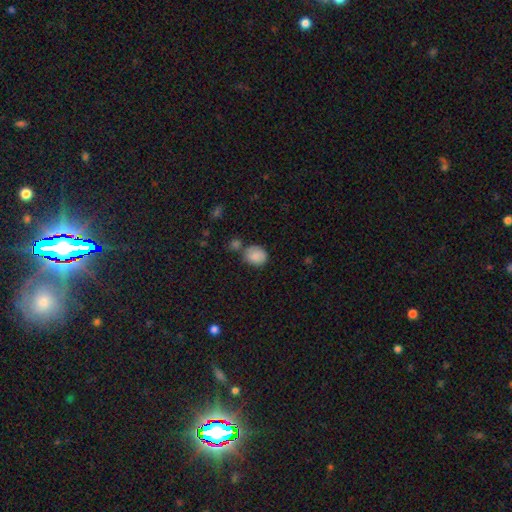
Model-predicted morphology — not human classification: The model was most divided on "how rounded": round: 59%, in between: 40%, cigar-shaped: 1%. More confident: smooth or featured — smooth (85%); merging — none (57%).